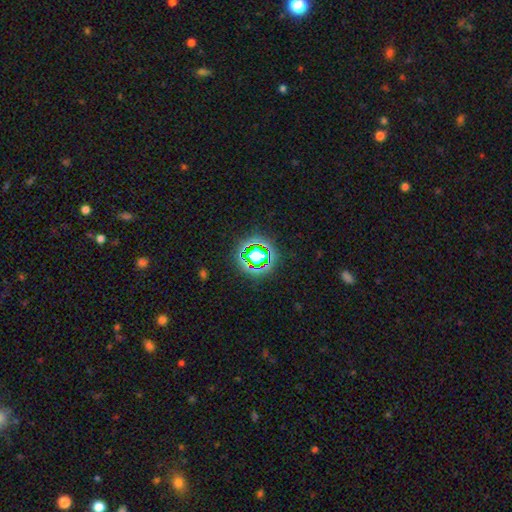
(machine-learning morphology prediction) smooth-or-featured: star or artifact: 57% | smooth: 30% | featured or disk: 13%